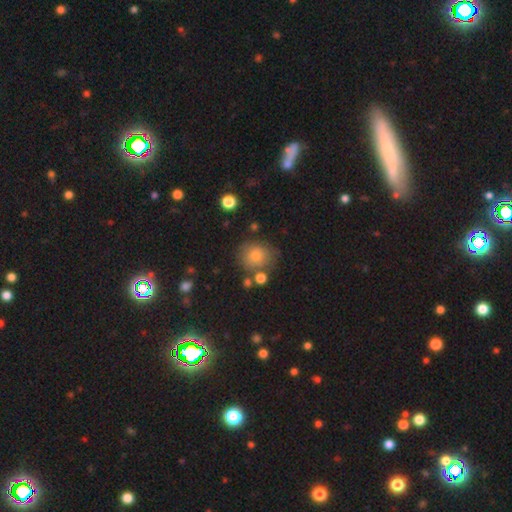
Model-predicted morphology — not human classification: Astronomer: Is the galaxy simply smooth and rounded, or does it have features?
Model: smooth — 74%.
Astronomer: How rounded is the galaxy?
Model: round — 83%.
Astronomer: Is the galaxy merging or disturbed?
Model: none — 73%.